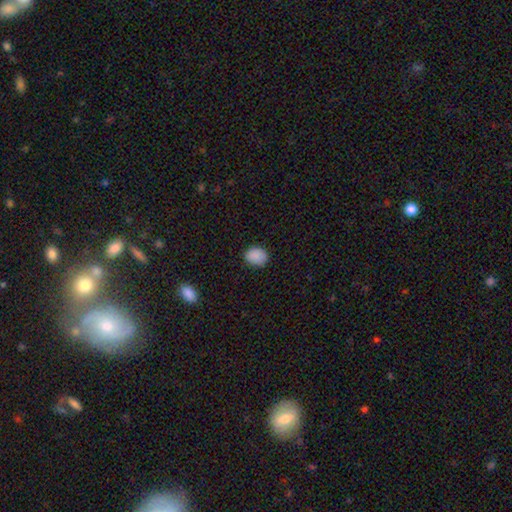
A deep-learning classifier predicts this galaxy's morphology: Smooth or featured? Predicted: smooth (p=0.88). How rounded? Predicted: in between (p=0.54). Merging? Predicted: none (p=0.83).